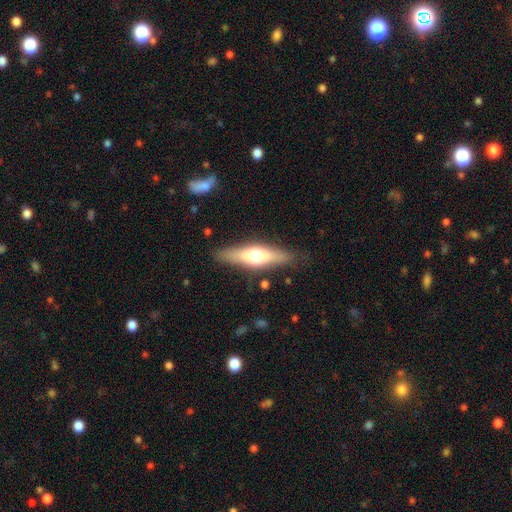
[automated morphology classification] type=featured or disk (51%); edge-on=yes (87%); merging=none (84%).